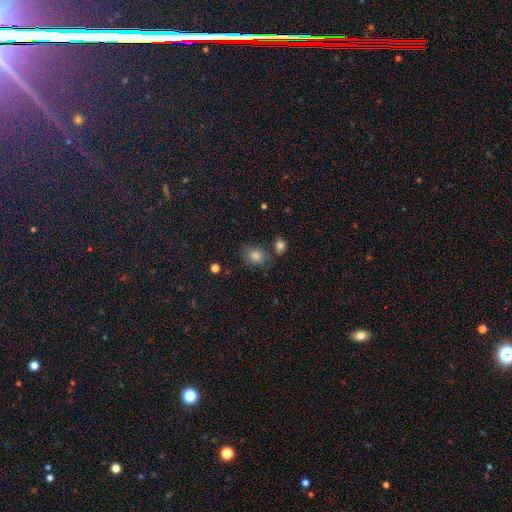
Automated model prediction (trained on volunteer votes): Smooth or featured?
  - smooth: 80% *
  - star or artifact: 14%
  - featured or disk: 7%
How rounded?
  - round: 62% *
  - in between: 37%
  - cigar-shaped: 1%
Merging?
  - none: 73% *
  - minor disturbance: 13%
  - merger: 10%
  - major disturbance: 4%